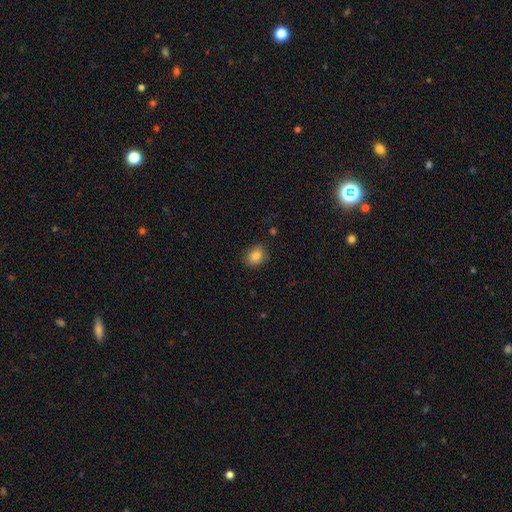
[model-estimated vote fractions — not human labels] The model was most divided on "how rounded": round: 52%, in between: 47%, cigar-shaped: 1%. More confident: smooth or featured — smooth (85%); merging — none (83%).